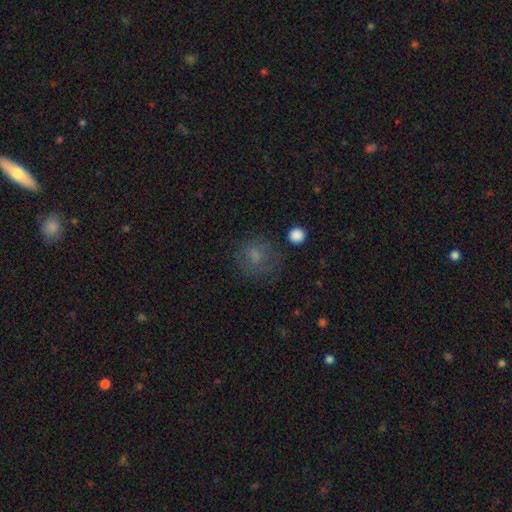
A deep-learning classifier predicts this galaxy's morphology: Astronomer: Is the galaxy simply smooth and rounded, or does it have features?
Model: smooth — 65%.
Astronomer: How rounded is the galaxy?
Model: round — 78%.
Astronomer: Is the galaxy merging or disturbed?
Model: none — 64%.